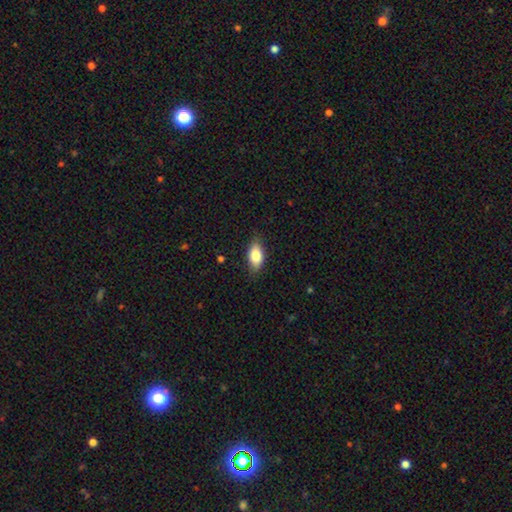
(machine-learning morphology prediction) This is clearly a smooth galaxy (82%). How rounded: clearly in between (88%). Merging: clearly none (80%).